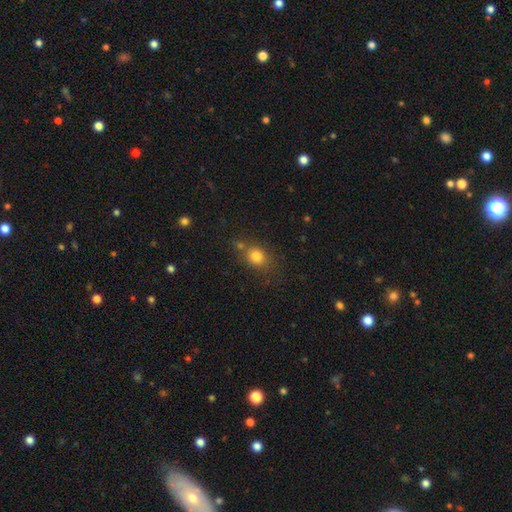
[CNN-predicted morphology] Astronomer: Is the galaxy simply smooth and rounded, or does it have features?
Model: smooth — 80%.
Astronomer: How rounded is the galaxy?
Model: round — 64%.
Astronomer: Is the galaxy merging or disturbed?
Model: none — 66%.